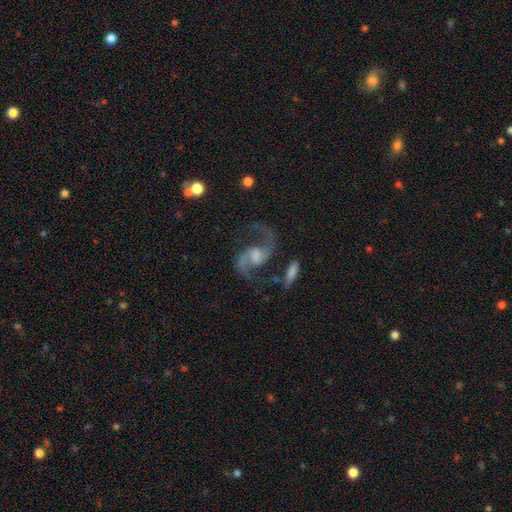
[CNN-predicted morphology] Smooth or featured?
  - featured or disk: 91% *
  - star or artifact: 6%
  - smooth: 4%
Edge-on disk?
  - no: 97% *
  - yes: 3%
Bar?
  - weak: 47% *
  - no: 38%
  - strong: 14%
Spiral arms?
  - yes: 98% *
  - no: 2%
Spiral winding?
  - loose: 51% *
  - medium: 43%
  - tight: 6%
Spiral arm count?
  - 2: 94% *
  - 1: 2%
  - can't tell: 2%
  - 3: 1%
  - 4: 1%
  - more than 4: 1%
Bulge size?
  - moderate: 36% *
  - small: 33%
  - none: 19%
  - large: 10%
  - dominant: 2%
Merging?
  - none: 70% *
  - minor disturbance: 14%
  - major disturbance: 11%
  - merger: 5%